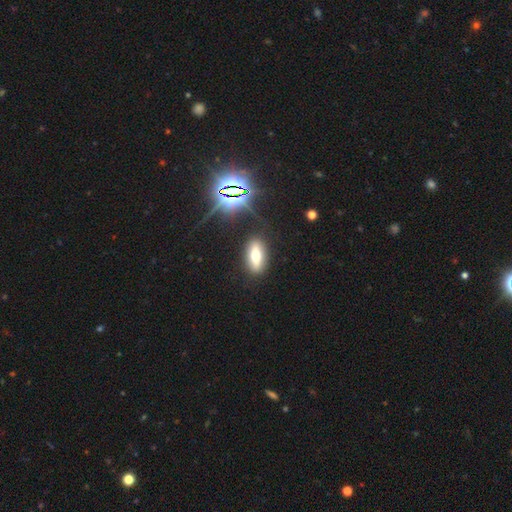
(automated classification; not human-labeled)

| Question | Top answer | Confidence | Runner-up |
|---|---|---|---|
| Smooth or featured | smooth | 55% | featured or disk (29%) |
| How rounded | in between | 73% | cigar-shaped (23%) |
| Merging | none | 85% | minor disturbance (10%) |